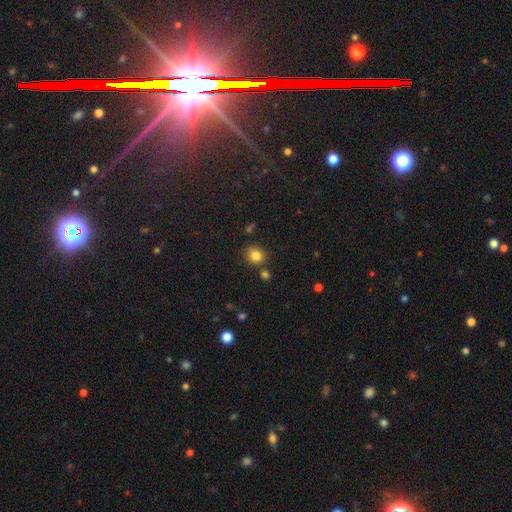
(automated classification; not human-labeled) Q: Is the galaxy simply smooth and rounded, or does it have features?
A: smooth — 83%.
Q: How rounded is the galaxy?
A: round — 75%.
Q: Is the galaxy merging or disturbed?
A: none — 80%.